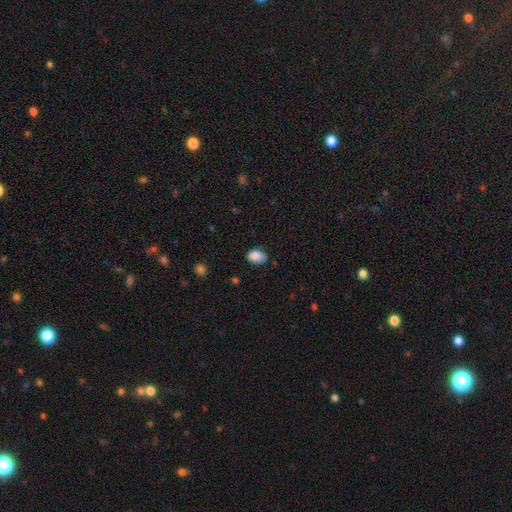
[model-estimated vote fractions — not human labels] Morphology: type=smooth (88%); roundness=in between (80%); merging=none (76%).